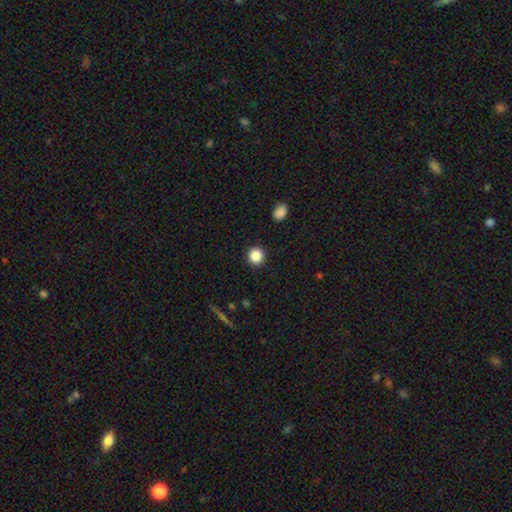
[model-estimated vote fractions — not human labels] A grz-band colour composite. It shows a smooth galaxy with no disk features (86%) that is round (93%). Merging: none (92%).